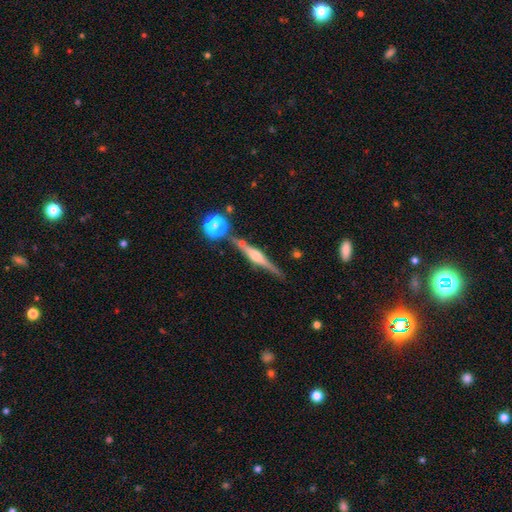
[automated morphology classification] This is likely a featured or disk galaxy (76%). It is clearly viewed edge-on (97%). Edge-on bulge: clearly rounded (81%). Merging: likely none (77%).